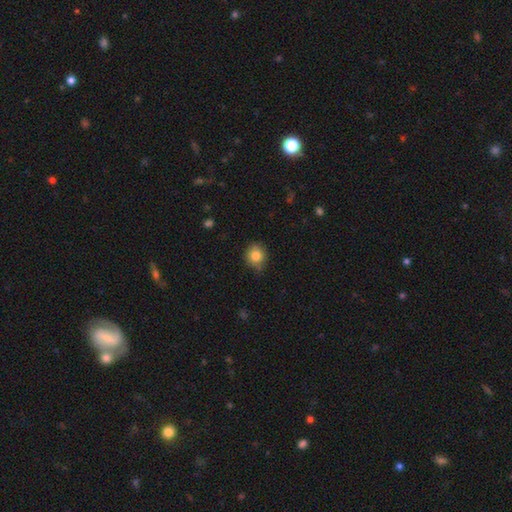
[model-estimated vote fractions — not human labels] Q: Smooth or featured?
A: smooth (83%); runner-up: star or artifact (10%)
Q: How rounded?
A: round (83%); runner-up: in between (16%)
Q: Merging?
A: none (76%); runner-up: minor disturbance (19%)